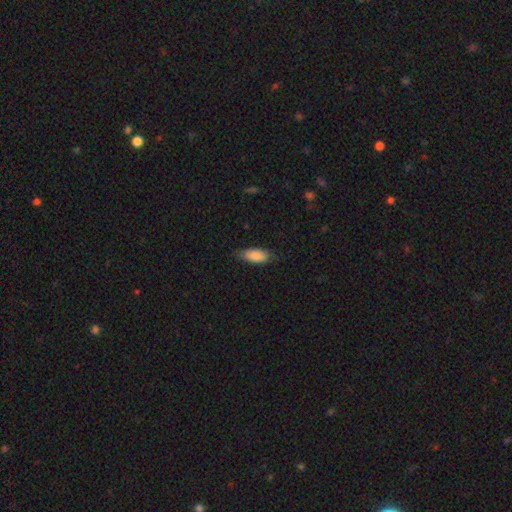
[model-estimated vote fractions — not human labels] smooth 87%, featured or disk 7%, star or artifact 6%. Down the decision tree: how rounded — in between (84%); merging — none (76%).